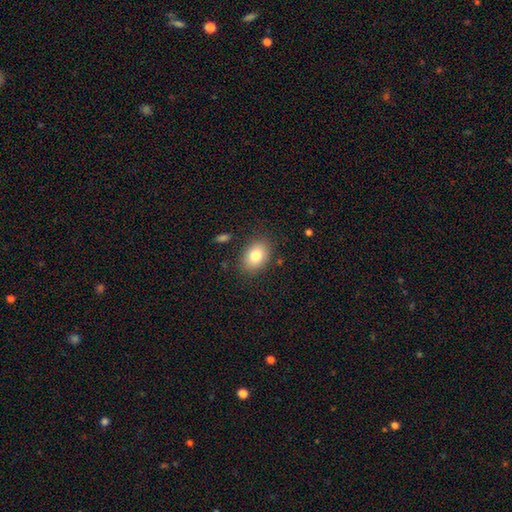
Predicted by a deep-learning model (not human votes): This appears to be a smooth galaxy with no disk features (81%) that is in between round and cigar-shaped (76%). Merging: none (84%).